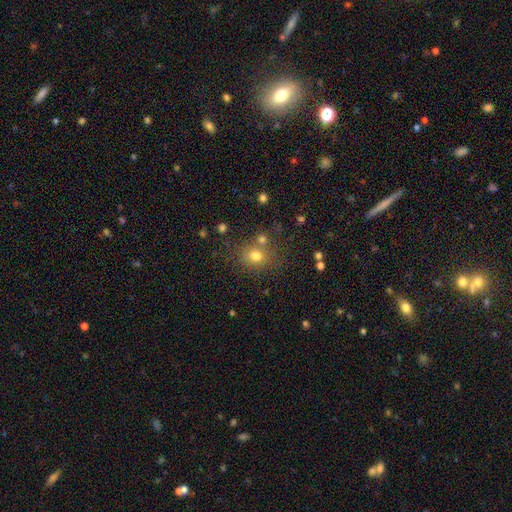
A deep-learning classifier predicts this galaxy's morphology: type=smooth (74%); roundness=round (71%); merging=none (65%).